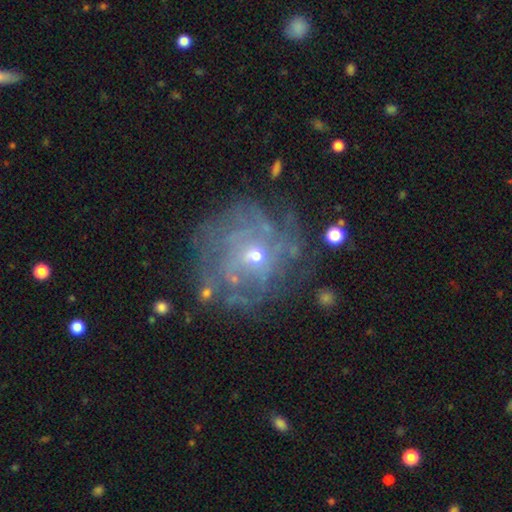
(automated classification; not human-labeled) featured or disk 75%, smooth 13%, star or artifact 12%. Down the decision tree: edge-on disk — no (97%); bar — no (80%); spiral arms — yes (74%); spiral arm count — can't tell (54%); spiral winding — tight (61%); bulge size — small (70%); merging — none (68%).